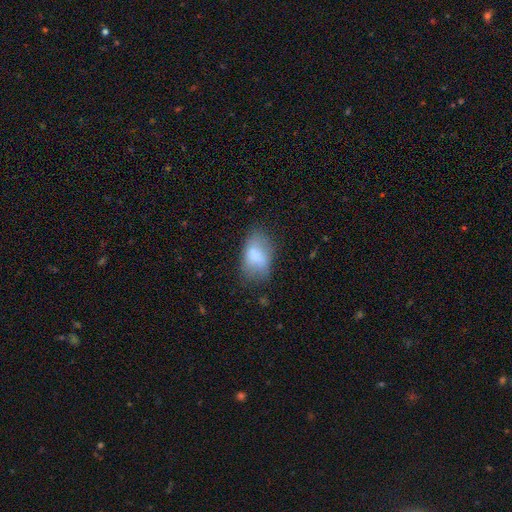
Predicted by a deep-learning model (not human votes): Smooth or featured? smooth (78%)
How rounded? in between (89%)
Merging? none (57%)